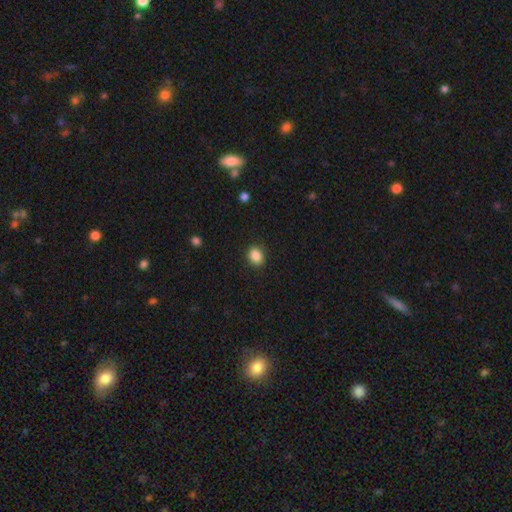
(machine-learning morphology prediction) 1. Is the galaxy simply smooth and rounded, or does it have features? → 87% smooth, 9% star or artifact, 3% featured or disk.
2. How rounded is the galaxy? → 57% round, 42% in between, 1% cigar-shaped.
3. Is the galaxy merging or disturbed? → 89% none, 8% minor disturbance, 2% major disturbance, 1% merger.